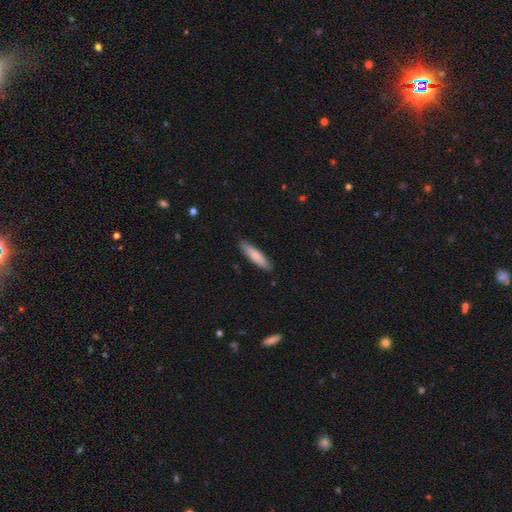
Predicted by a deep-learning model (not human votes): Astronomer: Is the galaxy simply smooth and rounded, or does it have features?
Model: smooth — 79%.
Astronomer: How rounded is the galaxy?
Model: cigar-shaped — 79%.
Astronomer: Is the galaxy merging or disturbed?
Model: none — 88%.